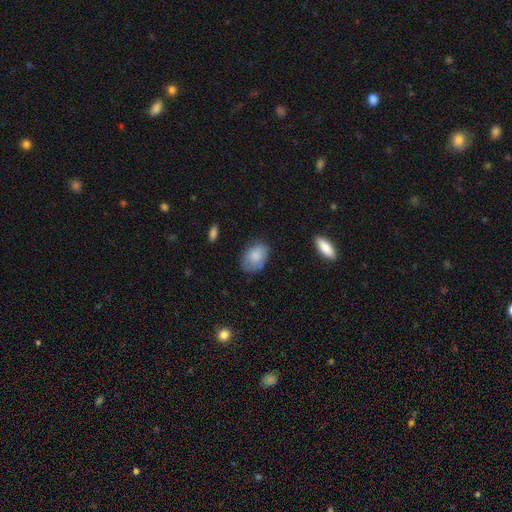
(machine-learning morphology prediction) Smooth or featured? smooth (83%)
How rounded? in between (84%)
Merging? none (72%)